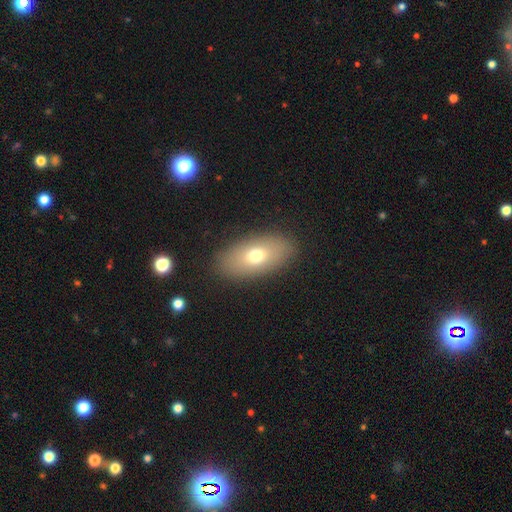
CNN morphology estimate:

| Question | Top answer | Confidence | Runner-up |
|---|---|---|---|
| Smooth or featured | smooth | 70% | featured or disk (21%) |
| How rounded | in between | 89% | round (6%) |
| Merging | none | 87% | minor disturbance (8%) |